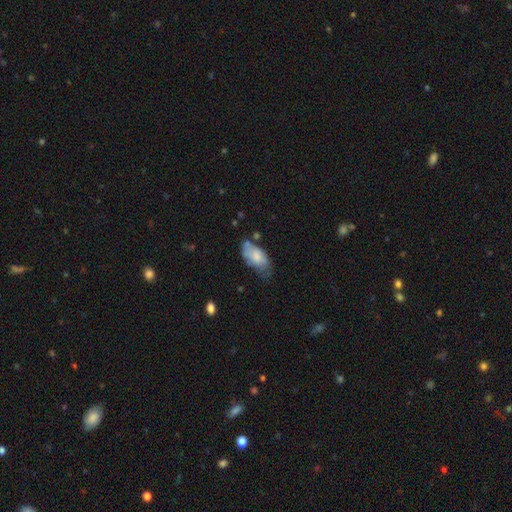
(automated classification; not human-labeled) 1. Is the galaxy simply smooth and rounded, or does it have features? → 69% smooth, 24% featured or disk, 7% star or artifact.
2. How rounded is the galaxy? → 92% in between, 5% cigar-shaped, 3% round.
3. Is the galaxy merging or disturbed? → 41% none, 35% minor disturbance, 15% major disturbance, 9% merger.